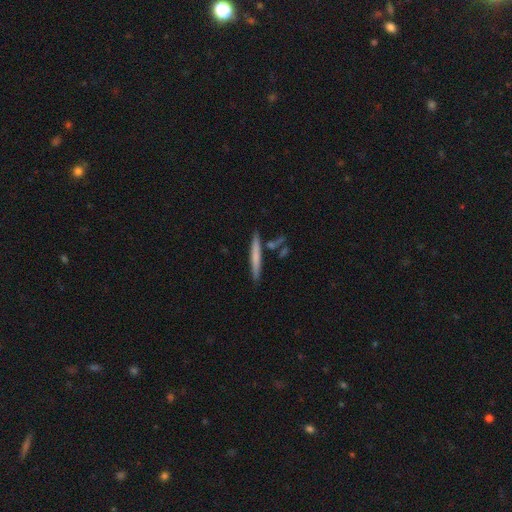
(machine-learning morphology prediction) A smooth galaxy with no disk features (61%) that is cigar-shaped (95%).

Vote fractions:
- Smooth or featured? smooth: 61% / featured or disk: 33% / star or artifact: 6%
- How rounded? cigar-shaped: 95% / in between: 3% / round: 2%
- Merging? none: 83% / minor disturbance: 9% / merger: 6% / major disturbance: 2%